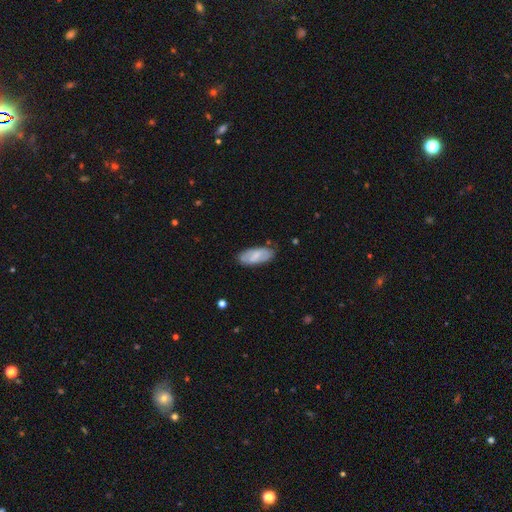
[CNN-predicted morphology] type=smooth (60%); roundness=in between (85%); merging=none (76%).